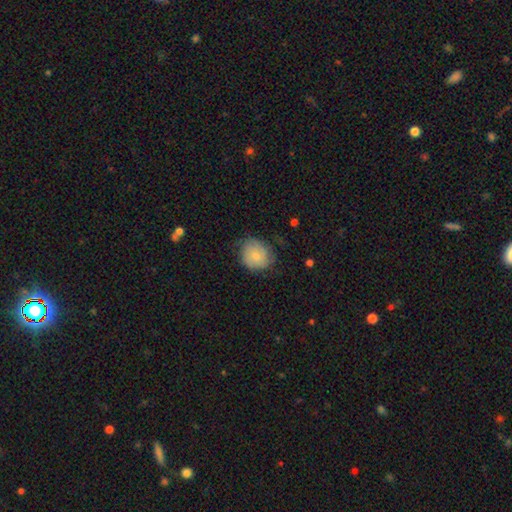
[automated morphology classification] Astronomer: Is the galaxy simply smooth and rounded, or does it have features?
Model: smooth — 75%.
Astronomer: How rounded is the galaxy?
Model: round — 73%.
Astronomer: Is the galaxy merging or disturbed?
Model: none — 63%.